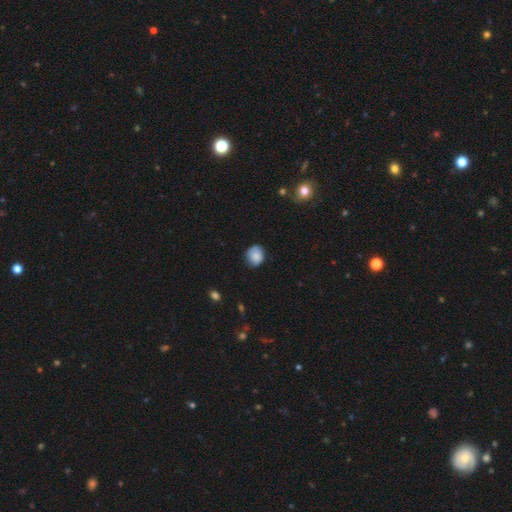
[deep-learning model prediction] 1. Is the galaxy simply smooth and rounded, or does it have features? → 83% smooth, 10% featured or disk, 8% star or artifact.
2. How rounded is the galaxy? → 63% round, 37% in between, 1% cigar-shaped.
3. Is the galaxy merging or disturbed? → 68% none, 26% minor disturbance, 4% major disturbance, 1% merger.